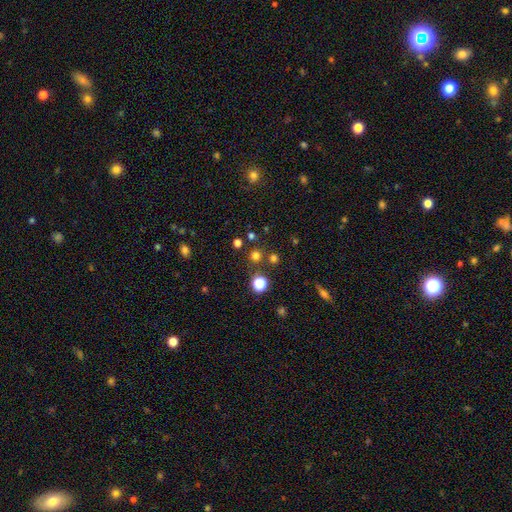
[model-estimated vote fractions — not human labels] Morphology: type=smooth (69%); roundness=round (94%); merging=none (82%).